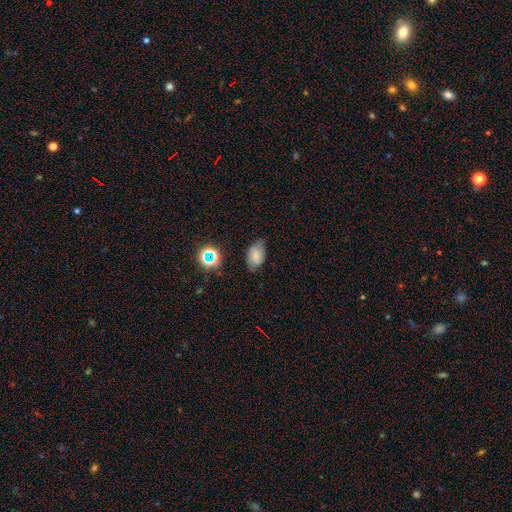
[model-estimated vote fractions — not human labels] Smooth or featured? smooth (63%)
How rounded? in between (87%)
Merging? none (64%)